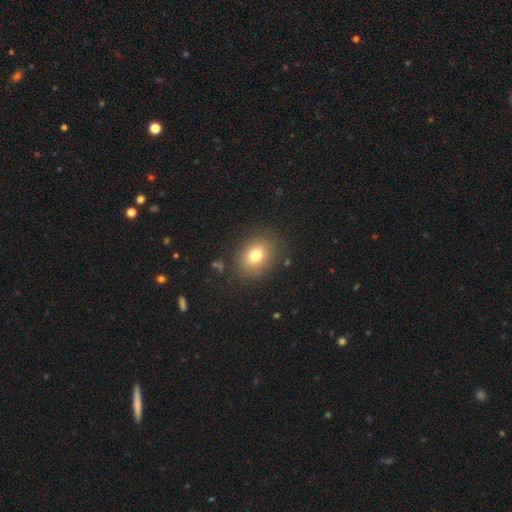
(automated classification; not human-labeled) A smooth galaxy with no disk features (78%) that is in between round and cigar-shaped (56%). Merging: none (85%).